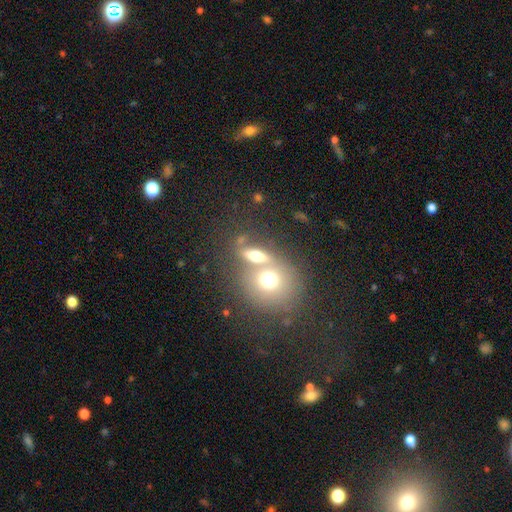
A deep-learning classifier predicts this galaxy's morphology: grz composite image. It shows a smooth galaxy with no disk features (58%) that is in between round and cigar-shaped (44%). Merging: merger (49%).